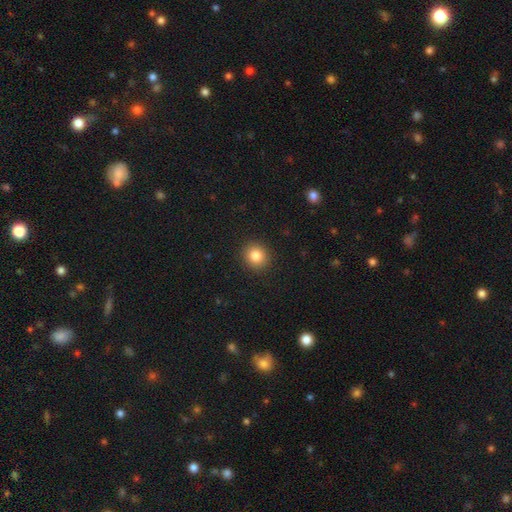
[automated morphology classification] The model was most divided on "how rounded": round: 86%, in between: 13%, cigar-shaped: 1%. More confident: merging — none (91%); smooth or featured — smooth (84%).